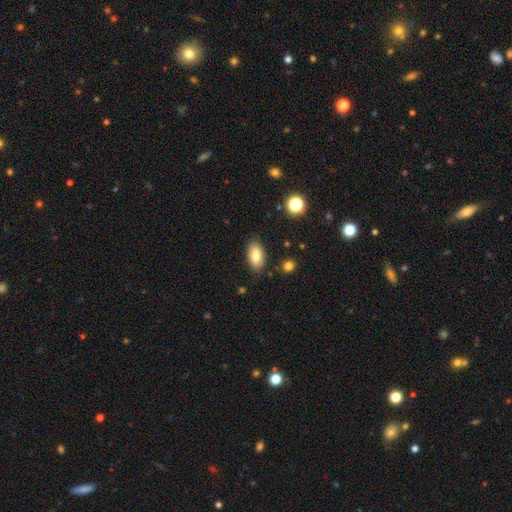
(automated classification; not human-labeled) smooth-or-featured: smooth: 81% | featured or disk: 11% | star or artifact: 8%
  how-rounded: in between: 92% | round: 4% | cigar-shaped: 3%
  merging: none: 86% | minor disturbance: 10% | major disturbance: 2% | merger: 2%